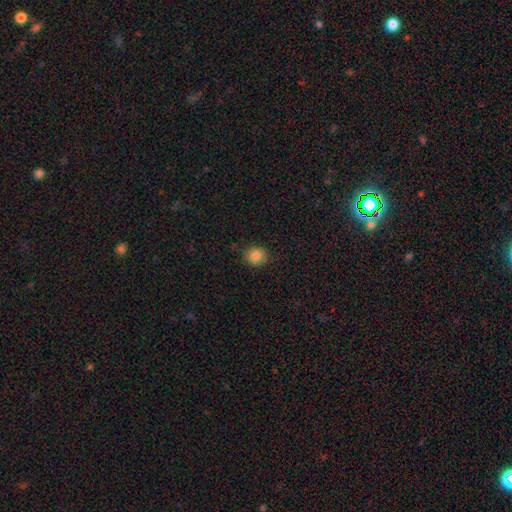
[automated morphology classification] Smooth or featured: smooth — 85% (star or artifact — 11%)
How rounded: round — 76% (in between — 23%)
Merging: none — 85% (minor disturbance — 11%)